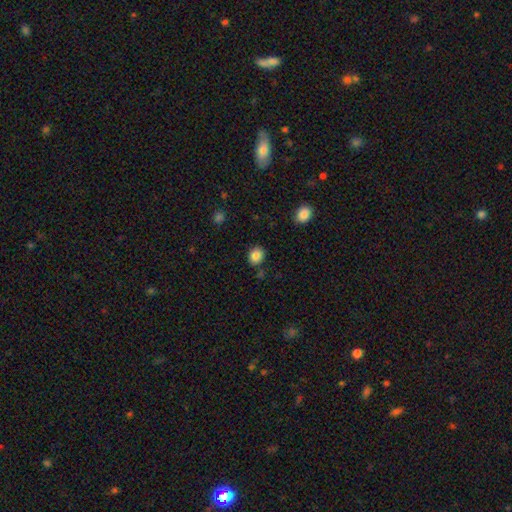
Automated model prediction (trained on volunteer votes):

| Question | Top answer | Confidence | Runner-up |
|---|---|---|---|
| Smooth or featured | smooth | 86% | star or artifact (10%) |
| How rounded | round | 59% | in between (40%) |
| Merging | none | 83% | minor disturbance (11%) |